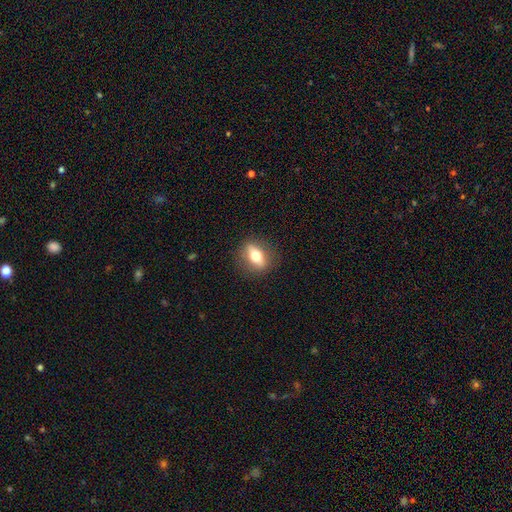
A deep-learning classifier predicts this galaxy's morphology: Smooth or featured? smooth (61%)
How rounded? in between (67%)
Merging? none (85%)